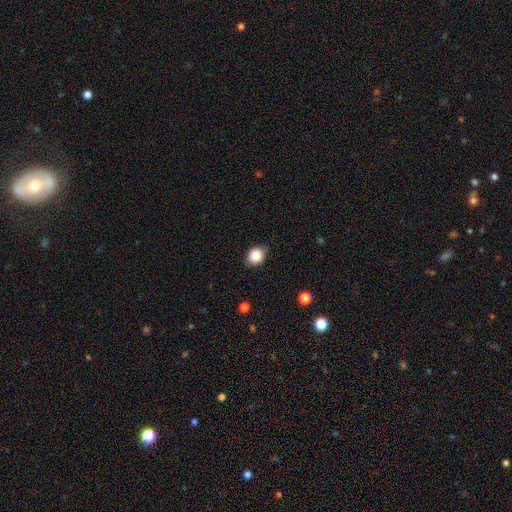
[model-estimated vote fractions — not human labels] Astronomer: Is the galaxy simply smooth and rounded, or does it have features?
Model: smooth — 85%.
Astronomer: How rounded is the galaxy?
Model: round — 52% (runner-up: in between, 47%).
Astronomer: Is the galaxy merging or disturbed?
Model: none — 79%.